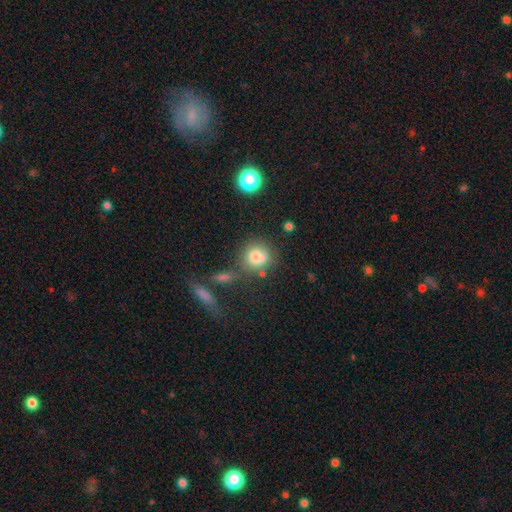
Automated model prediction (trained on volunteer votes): A smooth galaxy with no disk features (76%) that is round (79%). Merging: none (60%).